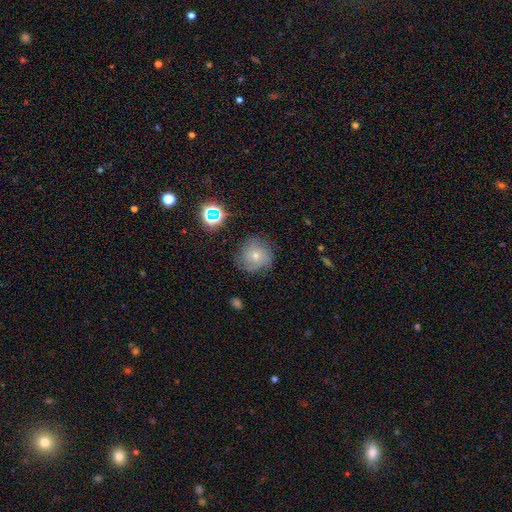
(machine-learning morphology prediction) A smooth galaxy with no disk features (51%) that is round (89%). Merging: none (73%).